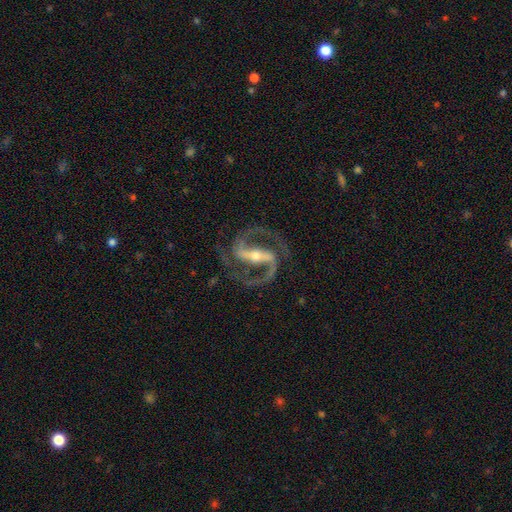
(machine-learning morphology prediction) The model was most divided on "bulge size": small: 50%, moderate: 44%, large: 3%, none: 2%, dominant: 1%. More confident: spiral arms — yes (98%); edge-on disk — no (97%); spiral arm count — 2 (94%); smooth or featured — featured or disk (94%); merging — none (82%); bar — strong (75%); spiral winding — medium (66%).